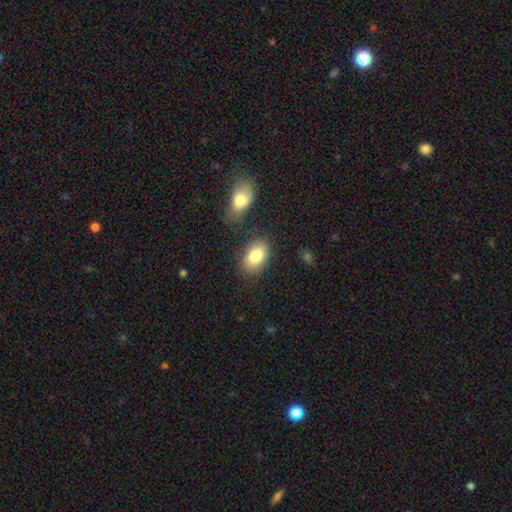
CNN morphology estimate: smooth 82%, featured or disk 11%, star or artifact 8%. Down the decision tree: how rounded — in between (87%); merging — none (80%).